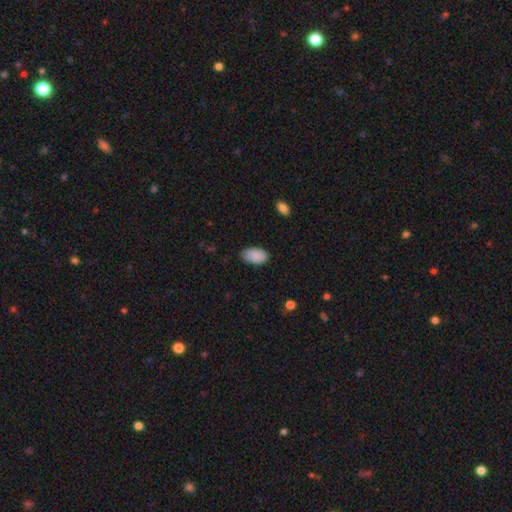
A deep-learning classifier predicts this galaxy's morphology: Q: Smooth or featured?
A: smooth (89%); runner-up: star or artifact (7%)
Q: How rounded?
A: in between (94%); runner-up: round (5%)
Q: Merging?
A: none (77%); runner-up: minor disturbance (19%)